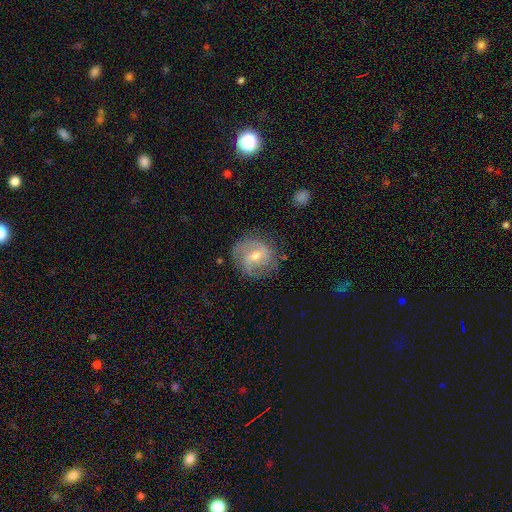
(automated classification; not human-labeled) This appears to be a featured or disk galaxy (78%) with a weak bar (52%), 2 (61%) medium (43%) spiral arms (91%) and a moderate central bulge (62%). Merging: none (75%).